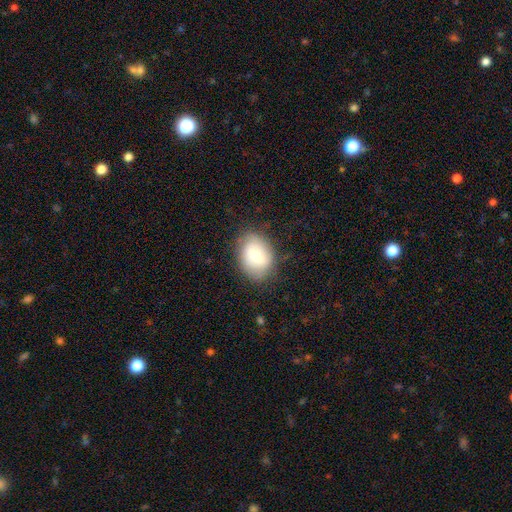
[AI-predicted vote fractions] smooth_or_featured: smooth (p=0.67) [alt: featured or disk p=0.25]
how_rounded: in between (p=0.68) [alt: round p=0.31]
merging: none (p=0.73) [alt: minor disturbance p=0.20]